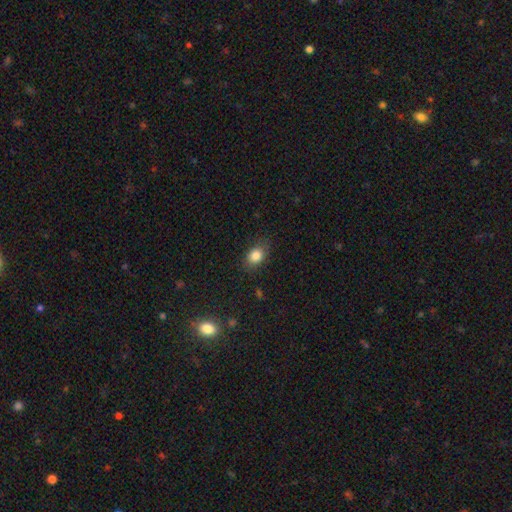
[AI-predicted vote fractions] Overall: smooth (84%). How rounded: in between (69%; round 29%). Merging: none (79%).